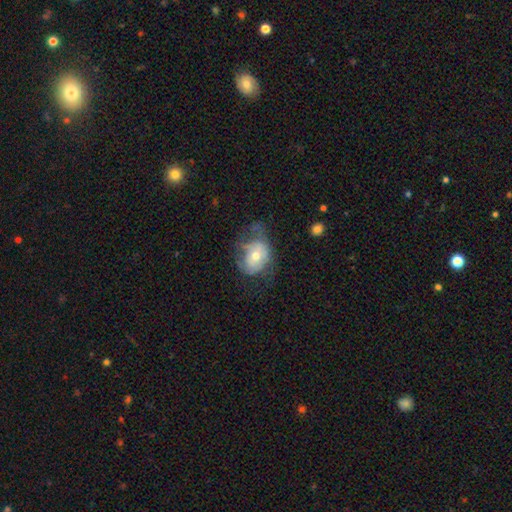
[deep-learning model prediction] A smooth galaxy with no disk features (53%) that is in between round and cigar-shaped (56%).

Vote fractions:
- Smooth or featured? smooth: 53% / featured or disk: 39% / star or artifact: 8%
- How rounded? in between: 56% / round: 43% / cigar-shaped: 1%
- Merging? none: 34% / major disturbance: 33% / minor disturbance: 31% / merger: 2%